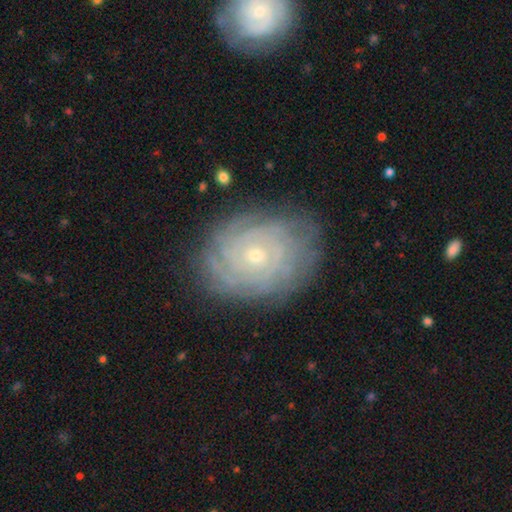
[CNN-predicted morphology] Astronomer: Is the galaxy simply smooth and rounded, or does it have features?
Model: featured or disk — 80%.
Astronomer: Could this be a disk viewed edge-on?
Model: no — 97%.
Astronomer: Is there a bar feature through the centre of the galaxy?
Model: no — 80%.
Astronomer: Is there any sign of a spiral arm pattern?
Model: yes — 95%.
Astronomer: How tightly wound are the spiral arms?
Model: tight — 84%.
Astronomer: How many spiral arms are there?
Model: can't tell — 40% (runner-up: more than 4, 18%).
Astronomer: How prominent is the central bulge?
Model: small — 72%.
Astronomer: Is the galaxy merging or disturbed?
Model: none — 81%.